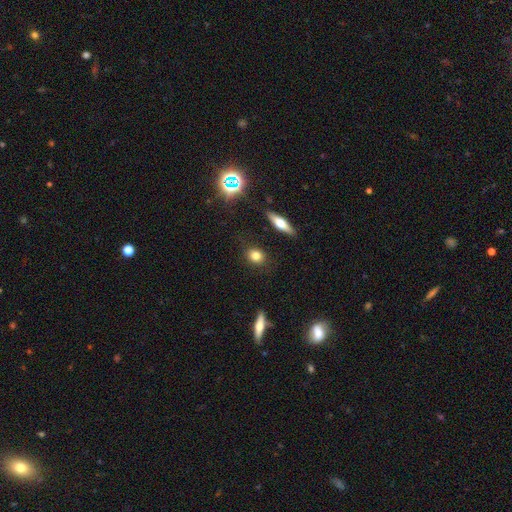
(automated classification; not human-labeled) Overall: smooth (79%). How rounded: round (66%; in between 30%). Merging: none (86%).